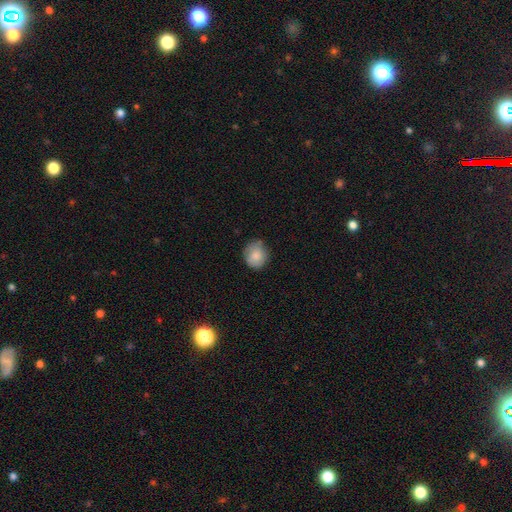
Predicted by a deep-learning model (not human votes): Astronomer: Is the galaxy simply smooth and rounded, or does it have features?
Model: smooth — 83%.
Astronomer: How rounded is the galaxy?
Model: round — 73%.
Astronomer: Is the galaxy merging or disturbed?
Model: none — 72%.